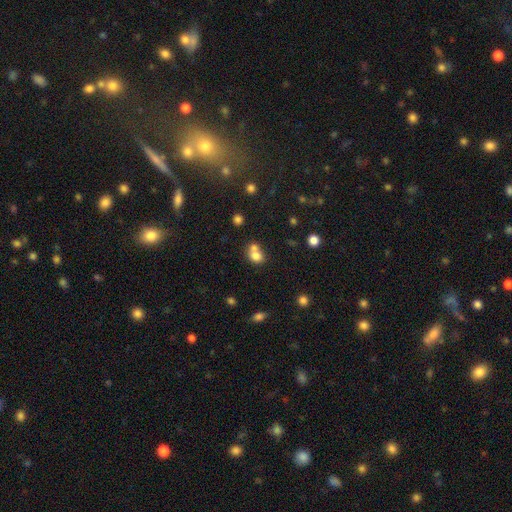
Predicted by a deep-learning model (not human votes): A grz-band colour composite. It shows a smooth galaxy with no disk features (76%) that is round (60%). Merging: merger (59%).